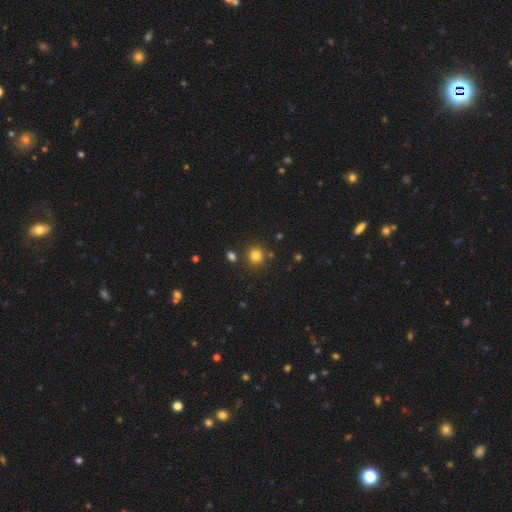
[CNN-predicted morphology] Smooth or featured?
  - smooth: 81% *
  - star or artifact: 14%
  - featured or disk: 5%
How rounded?
  - round: 89% *
  - in between: 10%
  - cigar-shaped: 1%
Merging?
  - none: 82% *
  - minor disturbance: 8%
  - merger: 7%
  - major disturbance: 3%